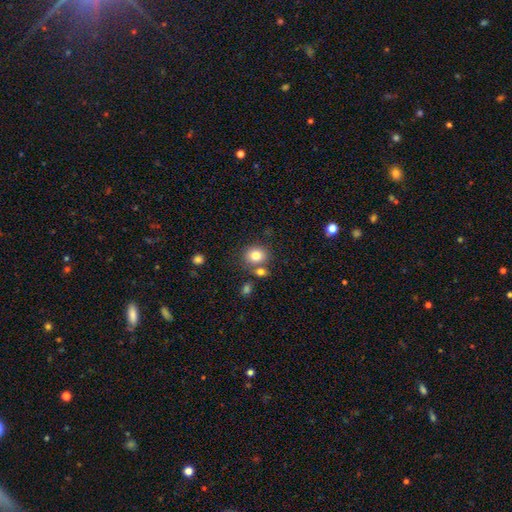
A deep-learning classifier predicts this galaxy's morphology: This is clearly a smooth galaxy (81%). How rounded: likely round (75%). Merging: likely none (69%).